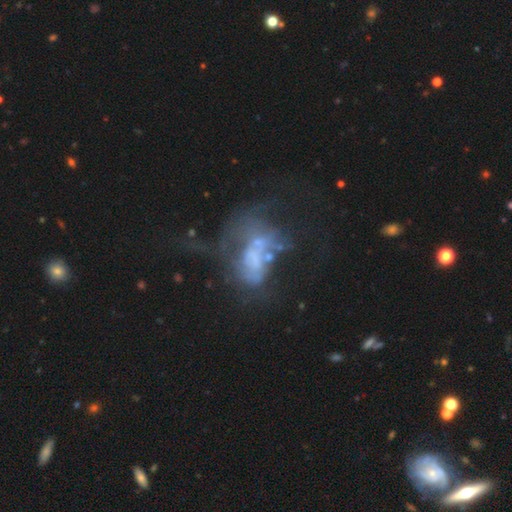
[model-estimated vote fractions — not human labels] Smooth or featured?
  - featured or disk: 57% *
  - smooth: 24%
  - star or artifact: 18%
Edge-on disk?
  - no: 96% *
  - yes: 4%
Bar?
  - no: 85% *
  - weak: 11%
  - strong: 4%
Spiral arms?
  - no: 86% *
  - yes: 14%
Bulge size?
  - none: 59% *
  - small: 19%
  - moderate: 15%
  - large: 6%
  - dominant: 2%
Merging?
  - major disturbance: 42% *
  - merger: 27%
  - none: 18%
  - minor disturbance: 13%